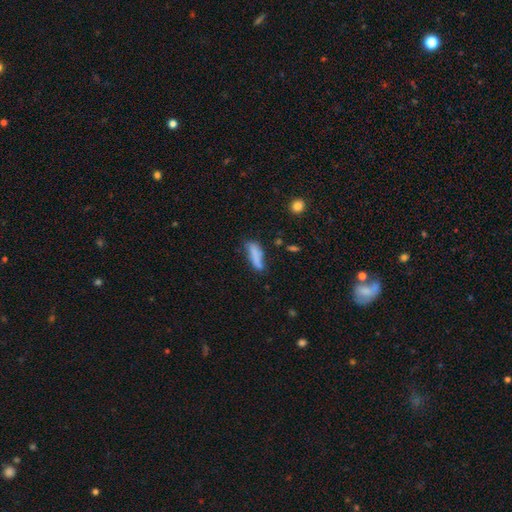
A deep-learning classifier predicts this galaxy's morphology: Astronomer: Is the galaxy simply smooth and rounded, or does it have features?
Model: smooth — 76%.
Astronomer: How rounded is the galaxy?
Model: in between — 54% (runner-up: cigar-shaped, 44%).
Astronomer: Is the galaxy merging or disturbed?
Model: none — 45% (runner-up: minor disturbance, 31%).